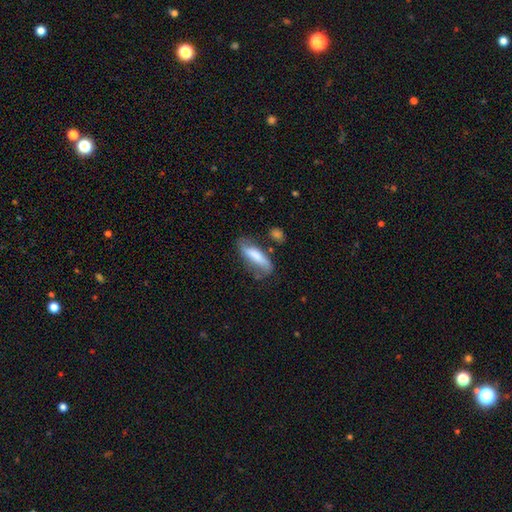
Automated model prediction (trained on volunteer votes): This is likely a smooth galaxy (65%). How rounded: possibly cigar-shaped (54%). Merging: possibly none (58%).